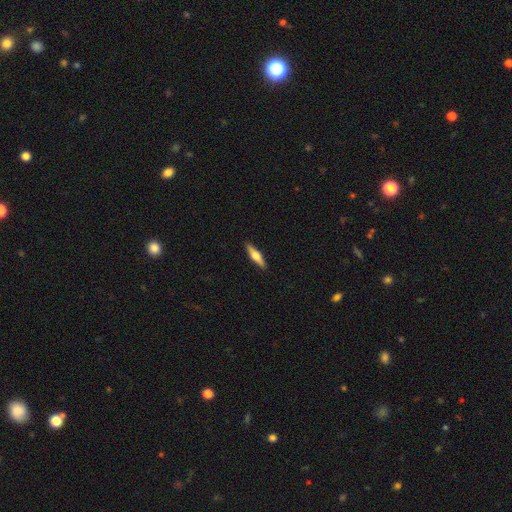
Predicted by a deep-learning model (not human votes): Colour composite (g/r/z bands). It shows a featured or disk galaxy (52%) viewed edge-on (95%). Merging: none (91%).